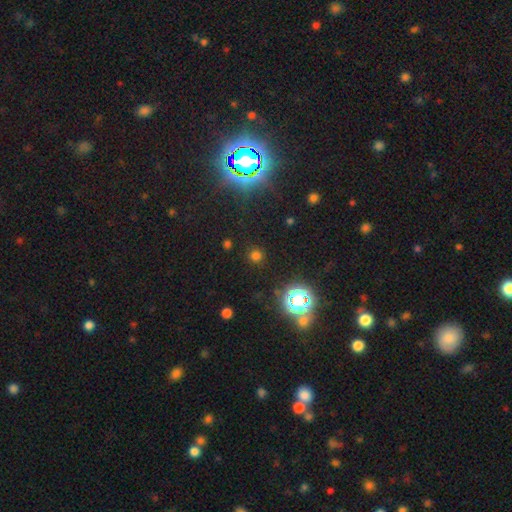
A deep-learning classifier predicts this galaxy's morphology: This appears to be a smooth galaxy with no disk features (63%) that is round (92%). Merging: none (88%).